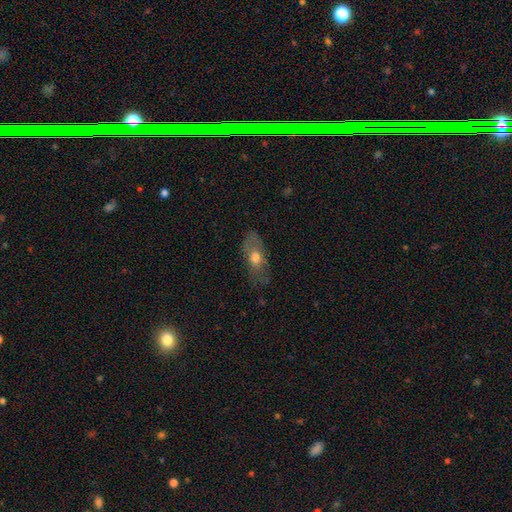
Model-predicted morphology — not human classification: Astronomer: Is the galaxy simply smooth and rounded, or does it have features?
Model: featured or disk — 46% (runner-up: smooth, 44%).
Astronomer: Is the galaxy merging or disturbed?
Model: none — 74%.